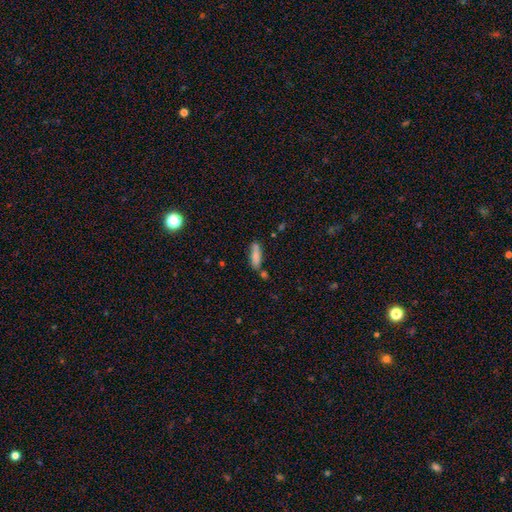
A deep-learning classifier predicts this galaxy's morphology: Overall: smooth (79%). How rounded: cigar-shaped (56%; in between 42%). Merging: none (62%).